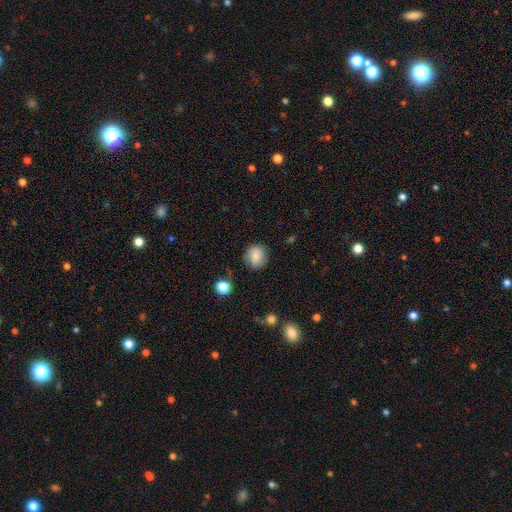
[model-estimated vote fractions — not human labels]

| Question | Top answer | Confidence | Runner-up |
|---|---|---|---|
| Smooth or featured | smooth | 80% | featured or disk (11%) |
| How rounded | round | 79% | in between (20%) |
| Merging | none | 75% | minor disturbance (18%) |